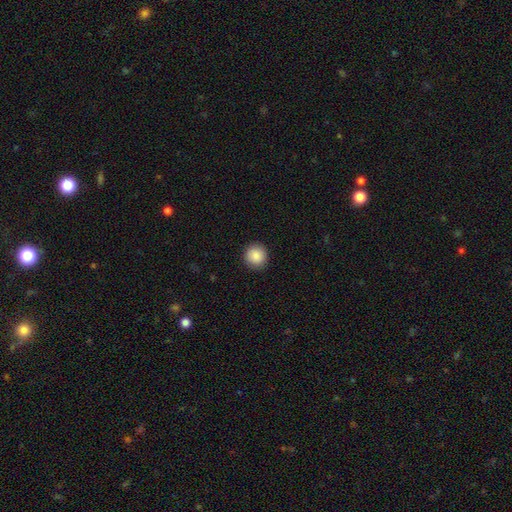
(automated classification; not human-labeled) smooth-or-featured: smooth: 88% | star or artifact: 8% | featured or disk: 4%
  how-rounded: round: 94% | in between: 5% | cigar-shaped: 1%
  merging: none: 91% | minor disturbance: 6% | major disturbance: 2% | merger: 1%